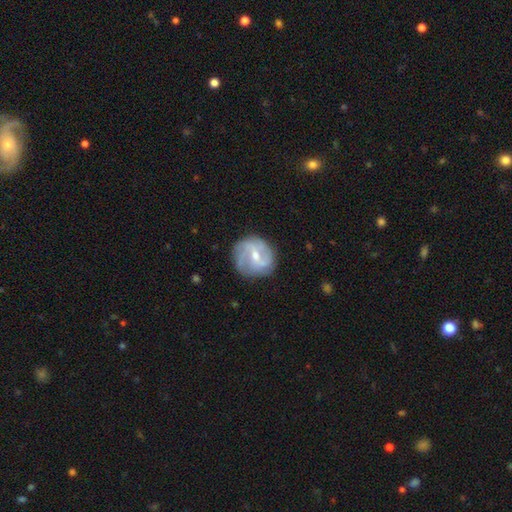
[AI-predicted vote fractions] A featured or disk galaxy (74%) with a weak bar (55%), 2 (46%) medium (43%) spiral arms (89%) and a small central bulge (49%). Merging: none (77%).